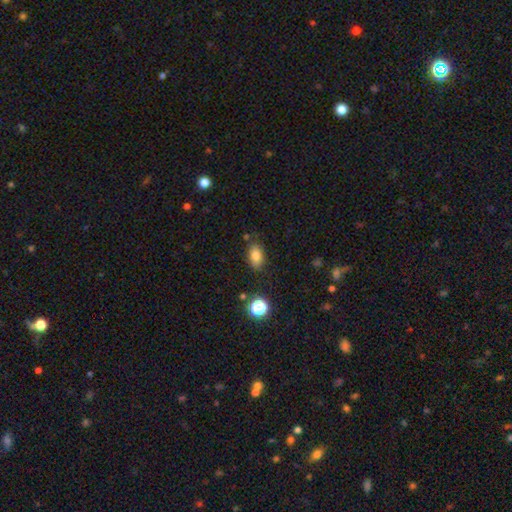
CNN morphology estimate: Smooth or featured? Predicted: smooth (p=0.82). How rounded? Predicted: in between (p=0.88). Merging? Predicted: none (p=0.80).